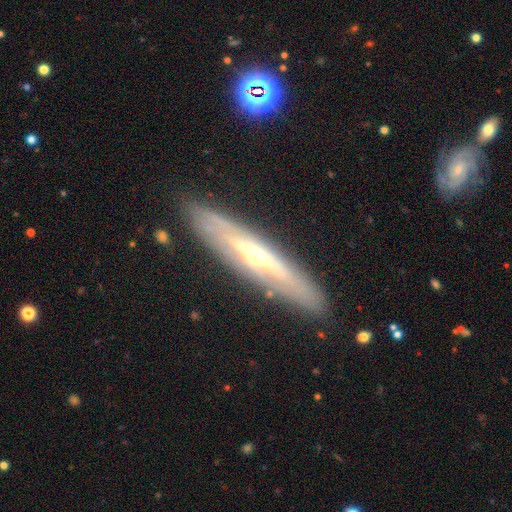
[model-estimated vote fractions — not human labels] Smooth or featured? featured or disk (75%)
Edge-on disk? yes (73%)
Edge-on bulge? rounded (81%)
Merging? none (86%)